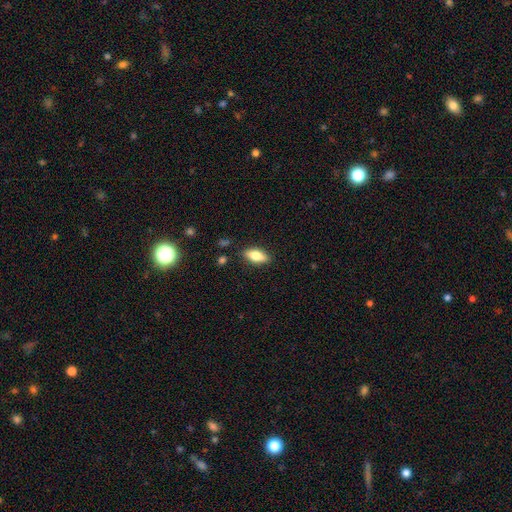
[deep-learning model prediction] smooth 70%, featured or disk 23%, star or artifact 7%. Down the decision tree: how rounded — in between (81%); merging — none (85%).